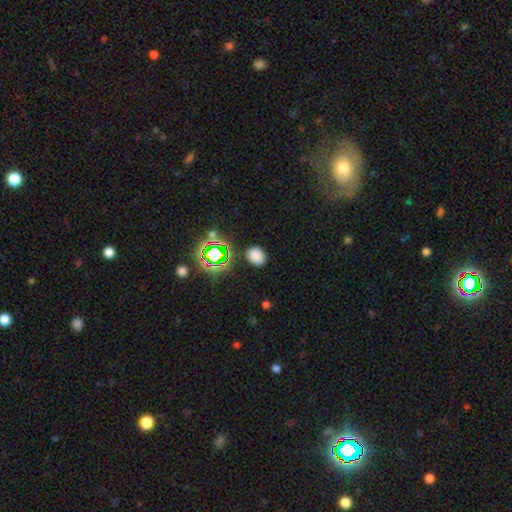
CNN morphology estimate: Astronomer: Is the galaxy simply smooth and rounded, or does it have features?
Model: smooth — 75%.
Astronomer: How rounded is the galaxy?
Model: in between — 50% (runner-up: round, 49%).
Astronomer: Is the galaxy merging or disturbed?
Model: none — 85%.